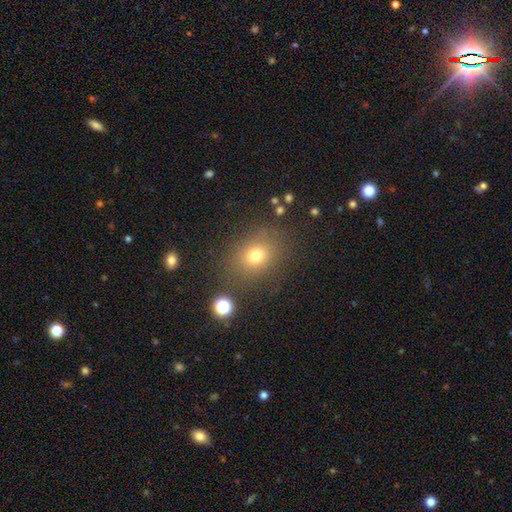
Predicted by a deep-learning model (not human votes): Smooth or featured? Predicted: smooth (p=0.73). How rounded? Predicted: round (p=0.52). Merging? Predicted: none (p=0.81).